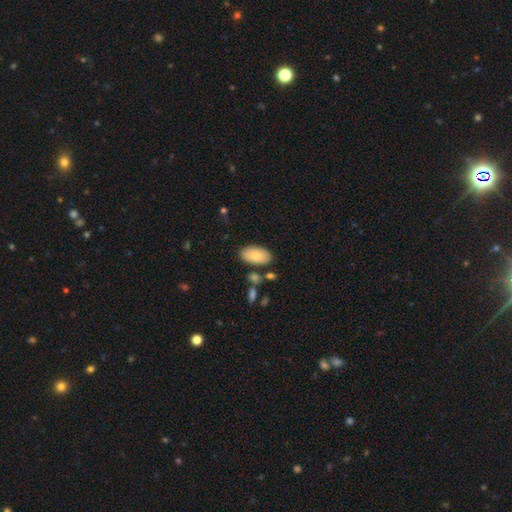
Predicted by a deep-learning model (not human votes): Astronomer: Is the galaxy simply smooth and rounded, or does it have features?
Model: smooth — 80%.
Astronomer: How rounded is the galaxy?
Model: in between — 95%.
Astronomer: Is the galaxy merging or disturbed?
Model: none — 79%.